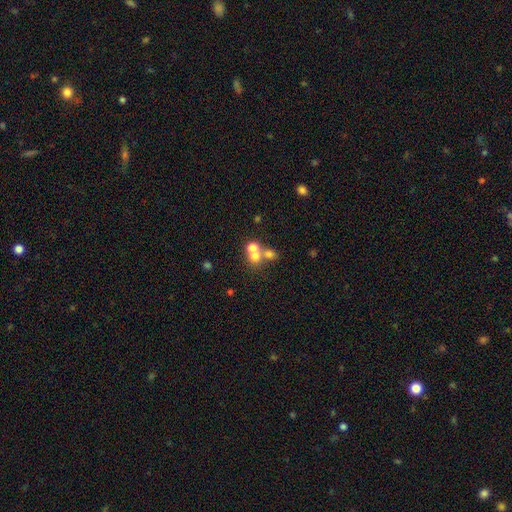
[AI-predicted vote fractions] Q: Smooth or featured?
A: smooth (64%); runner-up: featured or disk (20%)
Q: How rounded?
A: round (76%); runner-up: in between (23%)
Q: Merging?
A: merger (60%); runner-up: none (30%)